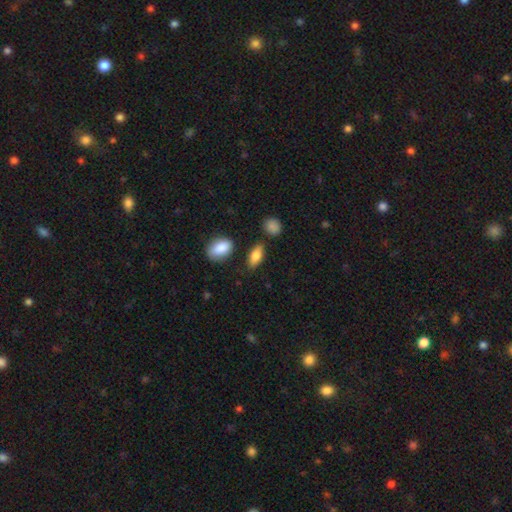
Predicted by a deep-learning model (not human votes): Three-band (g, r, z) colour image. It shows a smooth galaxy with no disk features (79%) that is in between round and cigar-shaped (80%). Merging: none (80%).